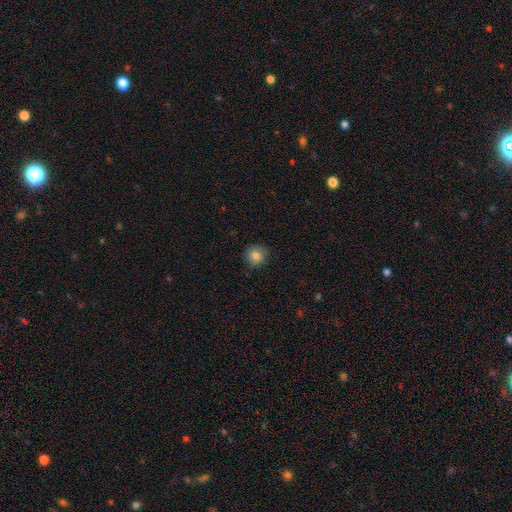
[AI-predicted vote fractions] A smooth galaxy with no disk features (83%) that is round (88%).

Vote fractions:
- Smooth or featured? smooth: 83% / star or artifact: 10% / featured or disk: 8%
- How rounded? round: 88% / in between: 11% / cigar-shaped: 1%
- Merging? none: 84% / minor disturbance: 12% / major disturbance: 3% / merger: 1%